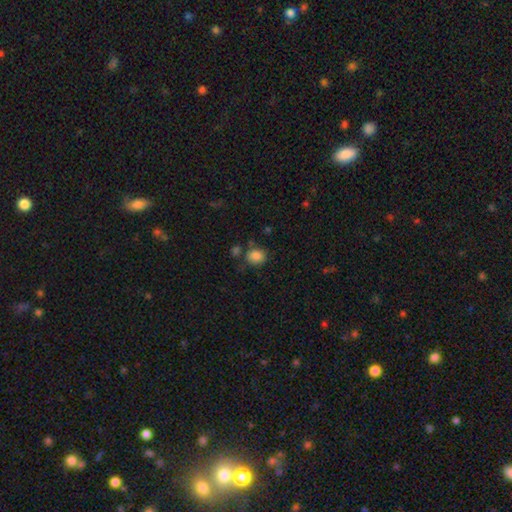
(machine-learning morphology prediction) Smooth or featured? Predicted: smooth (p=0.86). How rounded? Predicted: round (p=0.55). Merging? Predicted: none (p=0.70).